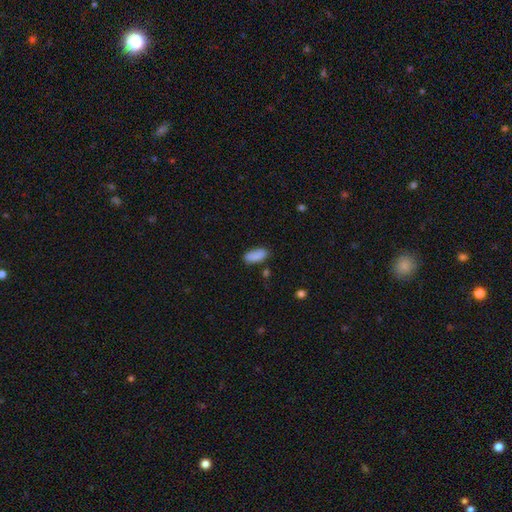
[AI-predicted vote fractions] The model was most divided on "merging": none: 78%, minor disturbance: 16%, major disturbance: 3%, merger: 3%. More confident: smooth or featured — smooth (87%); how rounded — in between (85%).